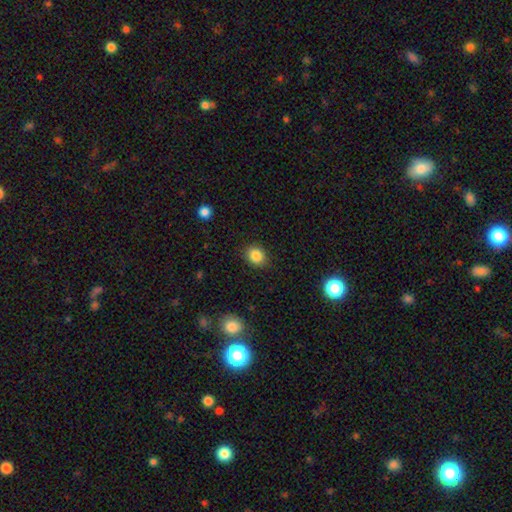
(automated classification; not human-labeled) Overall: smooth (85%). How rounded: round (66%; in between 33%). Merging: none (87%).